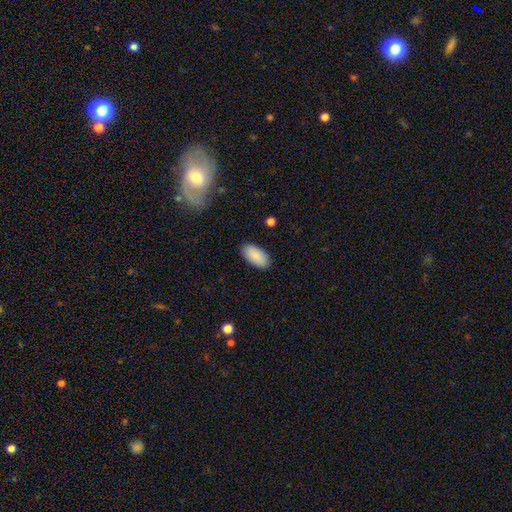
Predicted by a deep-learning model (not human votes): Overall: smooth (90%). How rounded: in between (95%). Merging: none (89%).